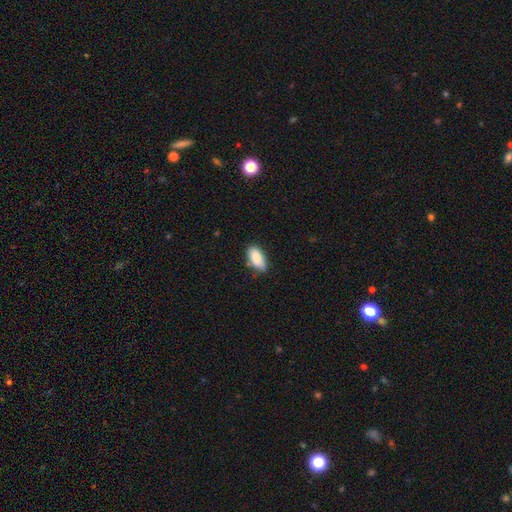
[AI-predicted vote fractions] The model was most divided on "merging": none: 77%, minor disturbance: 18%, major disturbance: 3%, merger: 2%. More confident: how rounded — in between (90%); smooth or featured — smooth (85%).